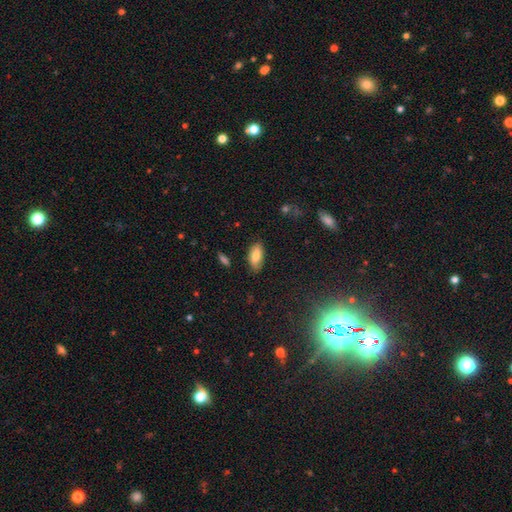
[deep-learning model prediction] Overall: smooth (80%). How rounded: in between (90%). Merging: none (83%).